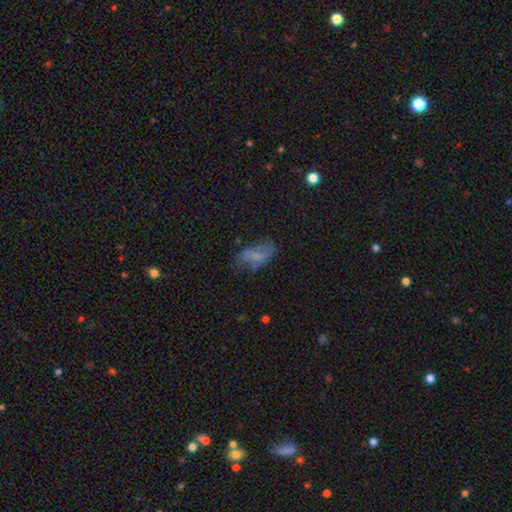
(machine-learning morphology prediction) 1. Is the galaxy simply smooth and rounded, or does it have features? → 46% smooth, 43% featured or disk, 12% star or artifact.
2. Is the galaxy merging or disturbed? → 47% none, 27% minor disturbance, 21% major disturbance, 4% merger.